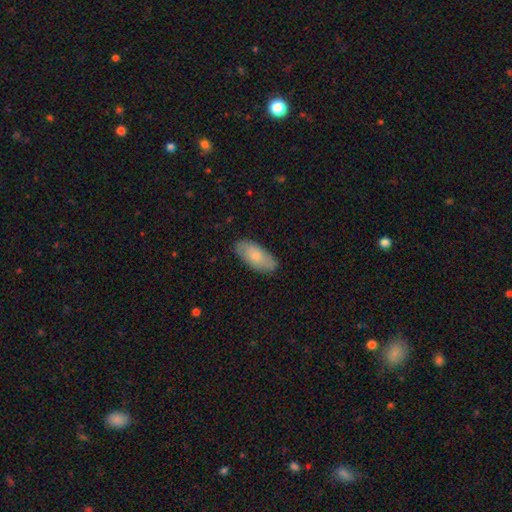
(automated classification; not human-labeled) Smooth or featured: smooth — 74% (featured or disk — 21%)
How rounded: in between — 90% (cigar-shaped — 8%)
Merging: none — 83% (minor disturbance — 14%)